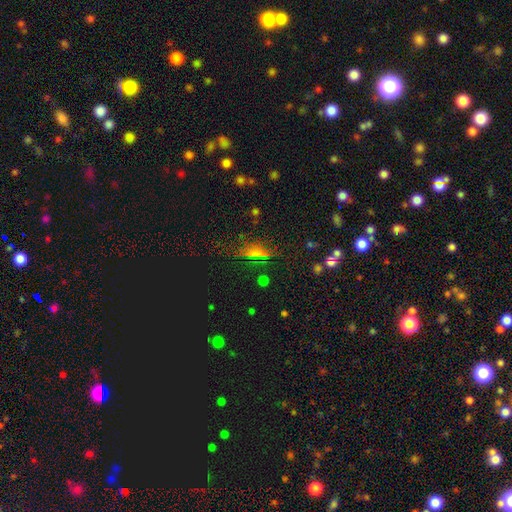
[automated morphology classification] Smooth or featured? star or artifact (41%)